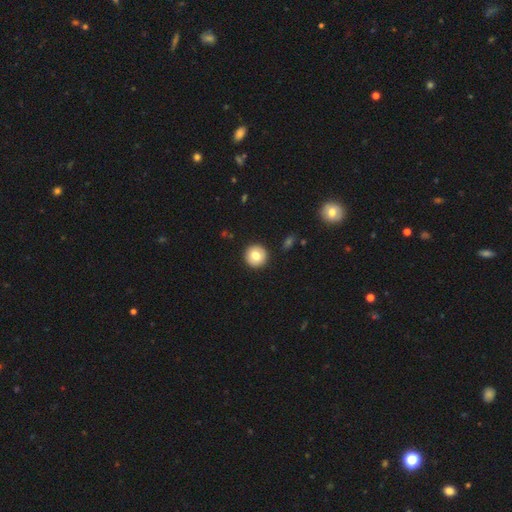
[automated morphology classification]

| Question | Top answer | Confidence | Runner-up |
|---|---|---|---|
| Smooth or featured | smooth | 78% | featured or disk (14%) |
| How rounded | round | 96% | in between (3%) |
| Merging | none | 92% | minor disturbance (5%) |